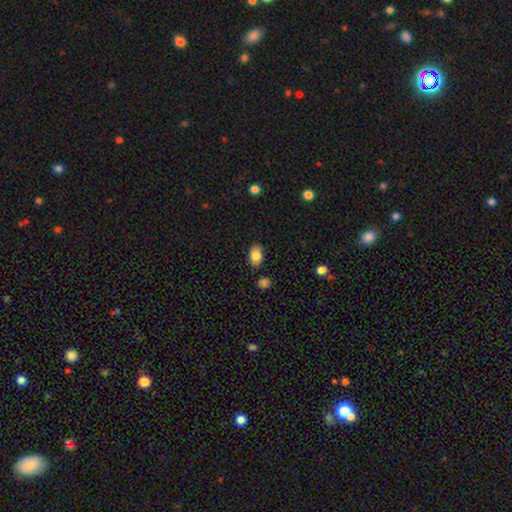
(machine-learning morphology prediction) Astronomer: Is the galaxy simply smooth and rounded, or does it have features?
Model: smooth — 85%.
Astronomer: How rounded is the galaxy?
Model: in between — 85%.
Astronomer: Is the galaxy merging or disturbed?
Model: none — 83%.